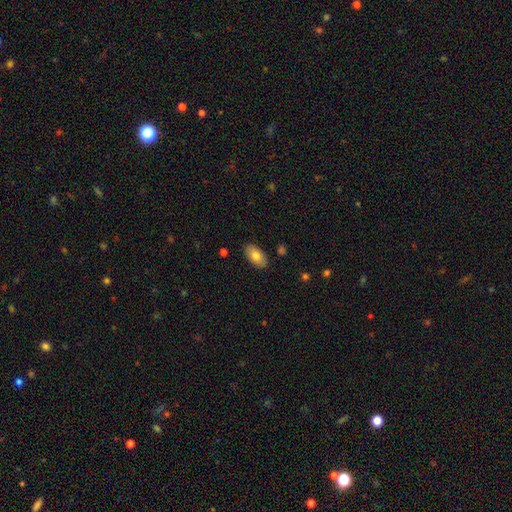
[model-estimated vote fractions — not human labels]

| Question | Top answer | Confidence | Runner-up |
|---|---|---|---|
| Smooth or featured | smooth | 78% | featured or disk (16%) |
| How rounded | in between | 94% | round (4%) |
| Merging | none | 87% | minor disturbance (10%) |